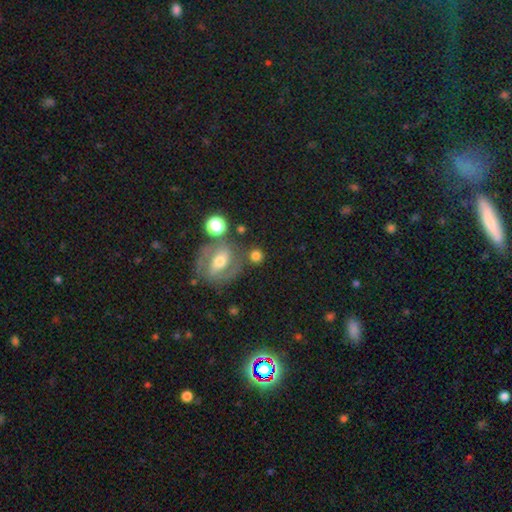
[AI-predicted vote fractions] Smooth or featured: smooth — 65% (featured or disk — 23%)
How rounded: round — 86% (in between — 13%)
Merging: none — 72% (minor disturbance — 12%)